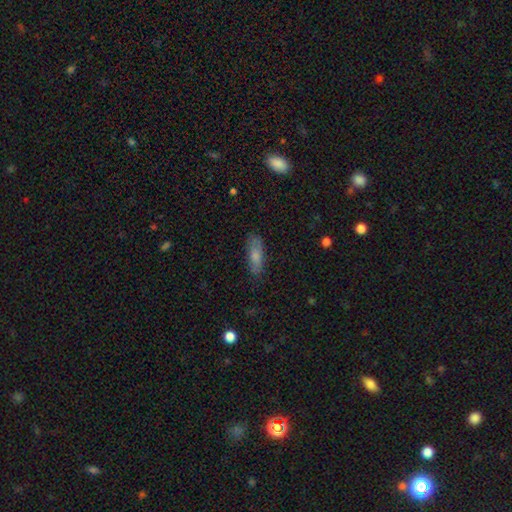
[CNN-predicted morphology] Smooth or featured? smooth (73%)
How rounded? in between (57%)
Merging? none (77%)